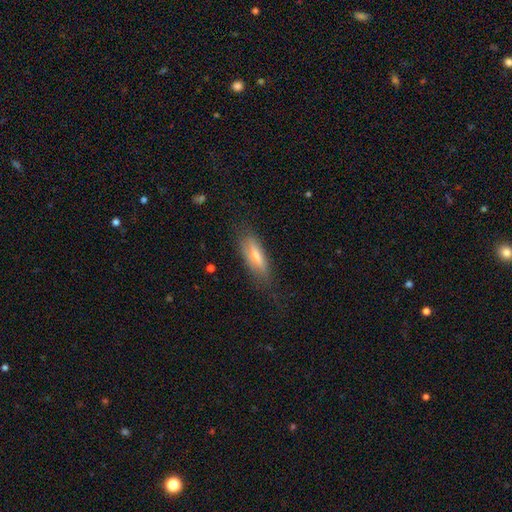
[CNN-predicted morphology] type=smooth (55%); roundness=cigar-shaped (54%); merging=none (69%).